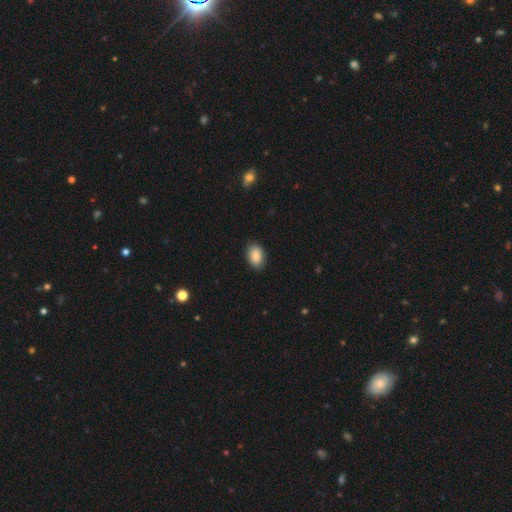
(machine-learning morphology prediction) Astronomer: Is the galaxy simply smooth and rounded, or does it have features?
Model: smooth — 88%.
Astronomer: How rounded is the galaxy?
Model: in between — 85%.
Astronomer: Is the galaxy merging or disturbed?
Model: none — 88%.